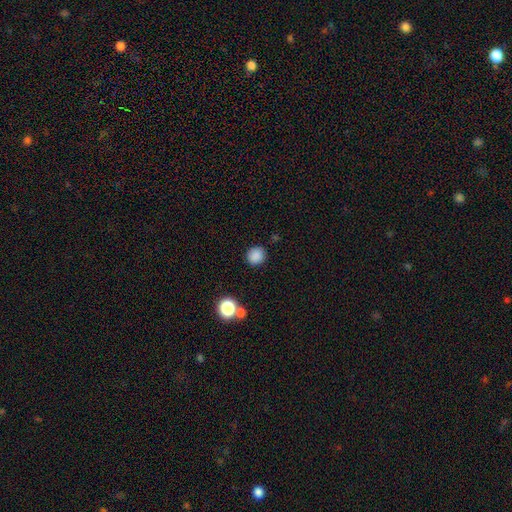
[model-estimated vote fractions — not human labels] This is clearly a smooth galaxy (85%). How rounded: clearly round (88%). Merging: clearly none (86%).